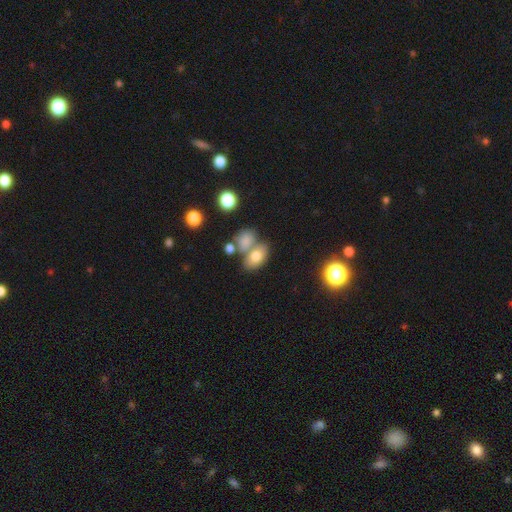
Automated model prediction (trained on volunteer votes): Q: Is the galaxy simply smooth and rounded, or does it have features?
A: smooth — 74%.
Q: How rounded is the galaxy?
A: in between — 84%.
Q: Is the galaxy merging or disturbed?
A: none — 45%.